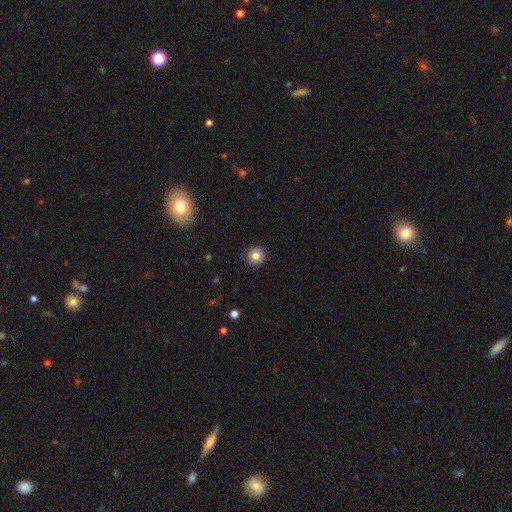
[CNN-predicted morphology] This appears to be a smooth galaxy with no disk features (83%) that is round (94%). Merging: none (92%).